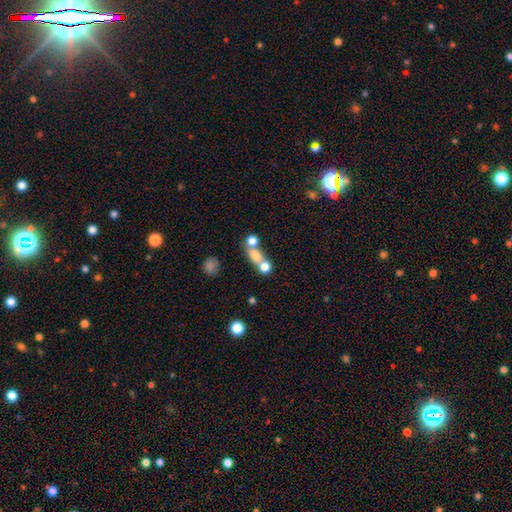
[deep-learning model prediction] smooth_or_featured: smooth (p=0.70) [alt: featured or disk p=0.17]
how_rounded: round (p=0.63) [alt: in between p=0.32]
merging: merger (p=0.58) [alt: none p=0.30]